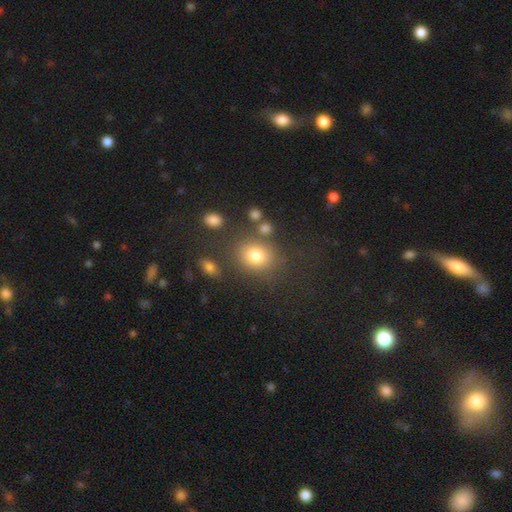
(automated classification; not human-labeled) Smooth or featured?
  - smooth: 78% *
  - star or artifact: 13%
  - featured or disk: 9%
How rounded?
  - round: 61% *
  - in between: 38%
  - cigar-shaped: 1%
Merging?
  - none: 74% *
  - minor disturbance: 13%
  - merger: 8%
  - major disturbance: 6%